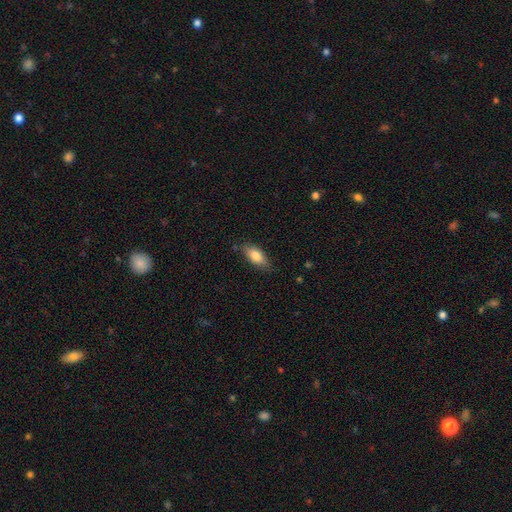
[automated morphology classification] Smooth or featured?
  - smooth: 79% *
  - featured or disk: 14%
  - star or artifact: 7%
How rounded?
  - in between: 84% *
  - cigar-shaped: 13%
  - round: 3%
Merging?
  - none: 77% *
  - minor disturbance: 18%
  - major disturbance: 3%
  - merger: 2%